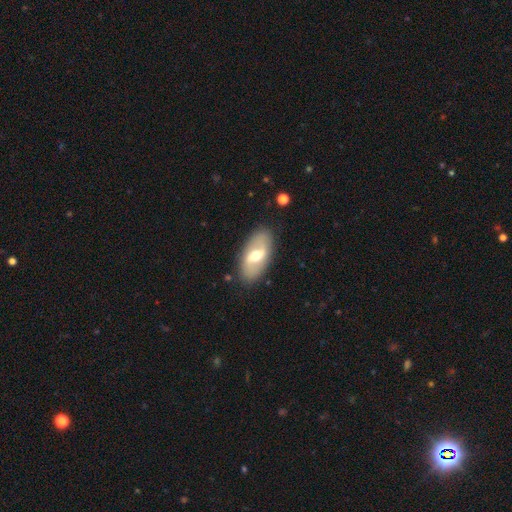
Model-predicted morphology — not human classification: The model was most divided on "spiral arms": no: 54%, yes: 46%. Remaining: edge-on disk — no (88%); merging — none (84%); bulge size — moderate (71%); smooth or featured — featured or disk (57%); bar — weak (46%).